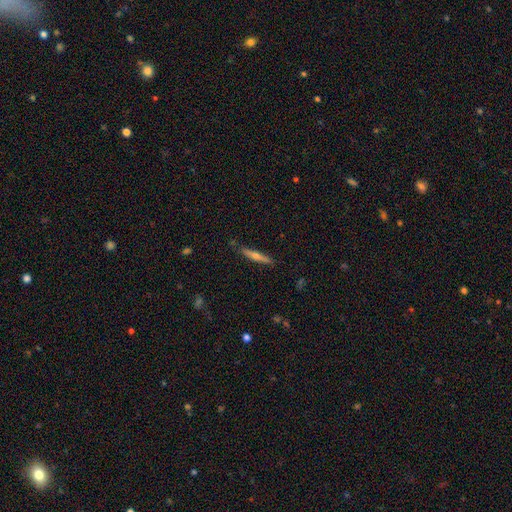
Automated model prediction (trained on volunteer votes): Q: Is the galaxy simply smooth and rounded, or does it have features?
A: featured or disk — 55%.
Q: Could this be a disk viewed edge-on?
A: yes — 96%.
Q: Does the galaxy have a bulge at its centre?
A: rounded — 80%.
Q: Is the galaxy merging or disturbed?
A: none — 86%.